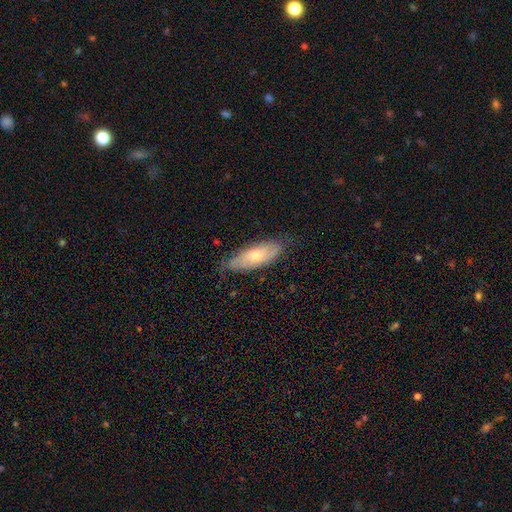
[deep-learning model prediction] A smooth galaxy with no disk features (55%) that is in between round and cigar-shaped (71%).

Vote fractions:
- Smooth or featured? smooth: 55% / featured or disk: 39% / star or artifact: 6%
- How rounded? in between: 71% / cigar-shaped: 27% / round: 2%
- Merging? none: 73% / minor disturbance: 22% / major disturbance: 4% / merger: 1%